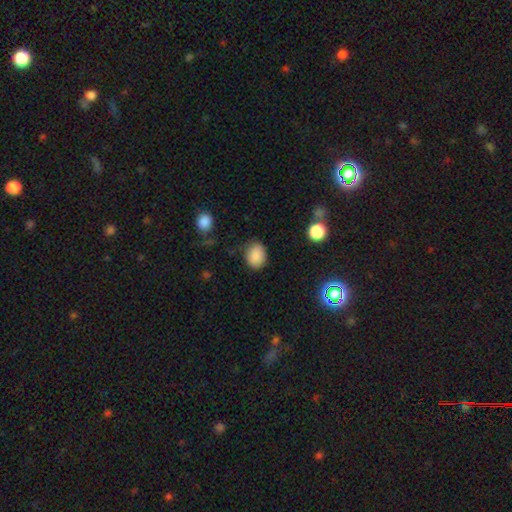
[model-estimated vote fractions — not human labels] Smooth or featured? smooth (87%)
How rounded? in between (57%)
Merging? none (80%)